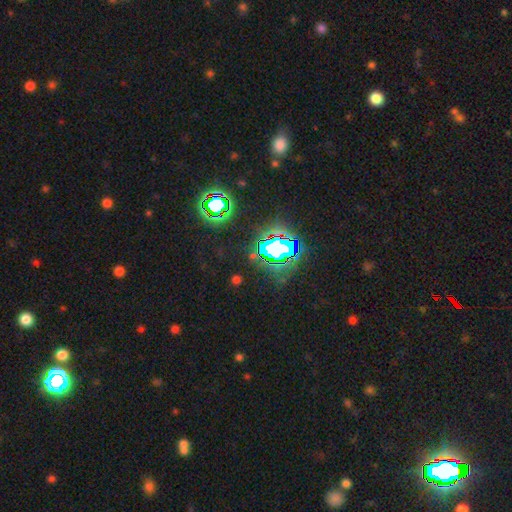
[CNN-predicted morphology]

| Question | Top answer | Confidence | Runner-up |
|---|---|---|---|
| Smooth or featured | star or artifact | 75% | smooth (15%) |